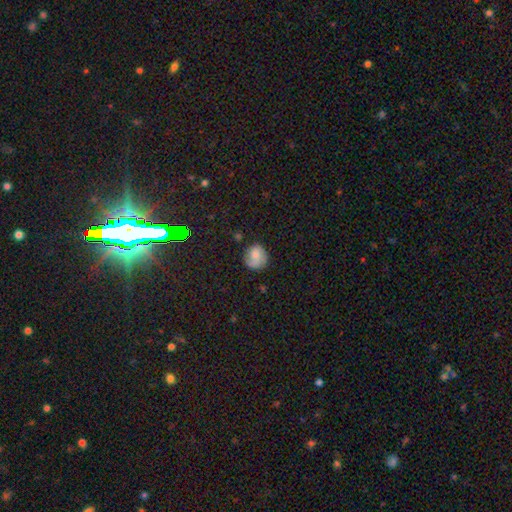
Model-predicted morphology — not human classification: Q: Smooth or featured?
A: smooth (65%); runner-up: featured or disk (25%)
Q: How rounded?
A: round (80%); runner-up: in between (19%)
Q: Merging?
A: none (66%); runner-up: minor disturbance (23%)